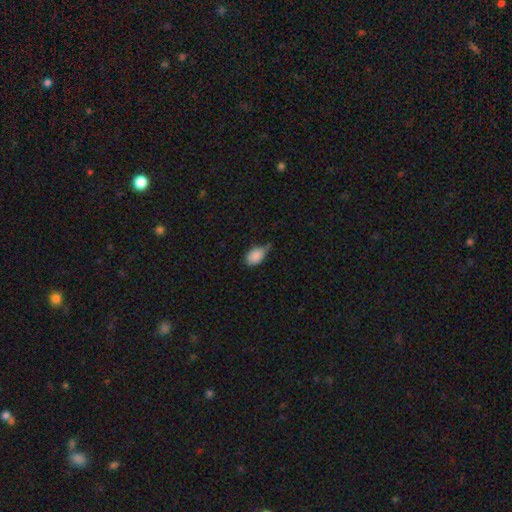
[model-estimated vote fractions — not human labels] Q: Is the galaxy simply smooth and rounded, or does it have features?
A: smooth — 87%.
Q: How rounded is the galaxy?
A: in between — 87%.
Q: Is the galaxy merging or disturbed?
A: minor disturbance — 43%.